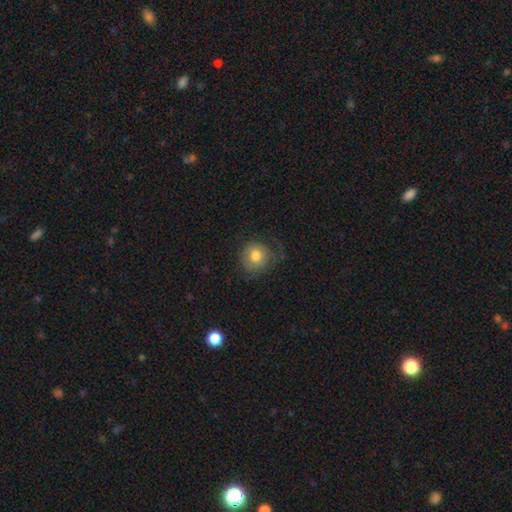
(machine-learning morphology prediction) This appears to be a smooth galaxy with no disk features (74%) that is round (84%). Merging: none (55%).